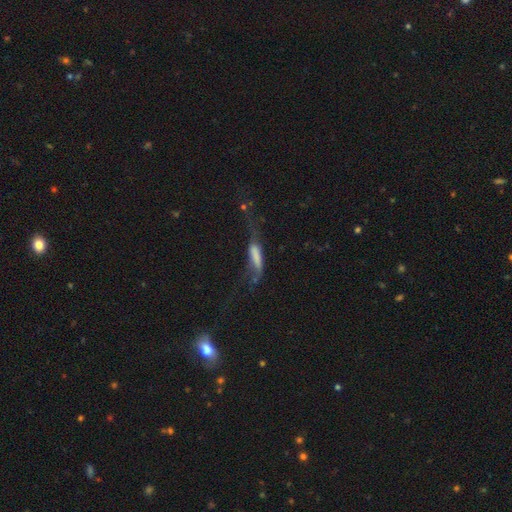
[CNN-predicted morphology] type=smooth (60%); roundness=cigar-shaped (66%); merging=major disturbance (48%).